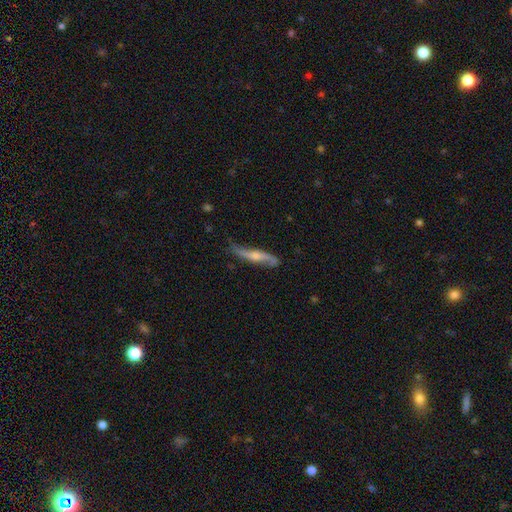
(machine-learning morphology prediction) This is likely a featured or disk galaxy (71%). It is possibly viewed edge-on (51%). Merging: likely none (66%).